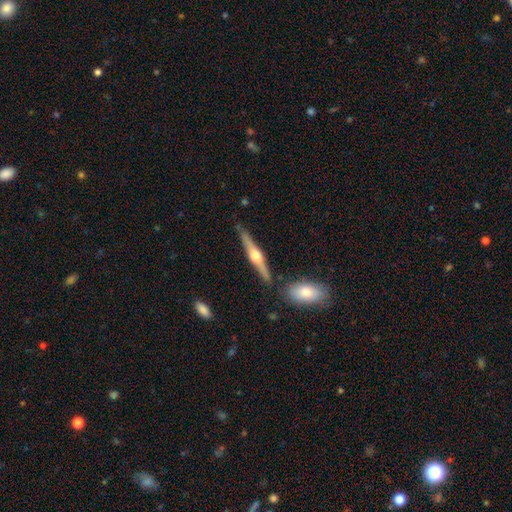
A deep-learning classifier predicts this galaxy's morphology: Q: Smooth or featured?
A: featured or disk (73%); runner-up: smooth (22%)
Q: Edge-on disk?
A: yes (97%); runner-up: no (3%)
Q: Edge-on bulge?
A: rounded (94%); runner-up: boxy (4%)
Q: Merging?
A: none (83%); runner-up: minor disturbance (9%)